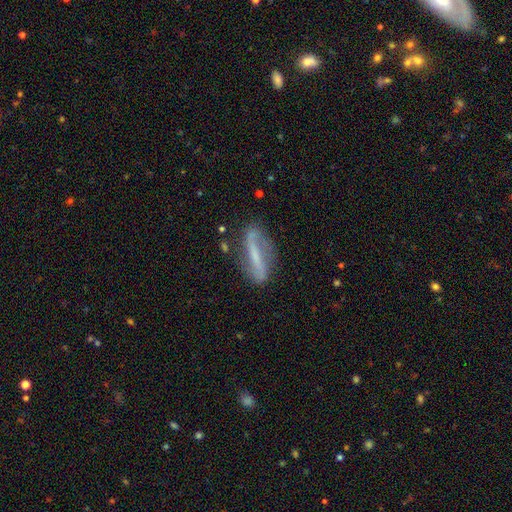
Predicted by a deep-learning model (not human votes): Smooth or featured? Predicted: featured or disk (p=0.69). Edge-on disk? Predicted: no (p=0.78). Bar? Predicted: strong (p=0.62). Spiral arms? Predicted: yes (p=0.80). Bulge size? Predicted: small (p=0.42). Merging? Predicted: none (p=0.71).